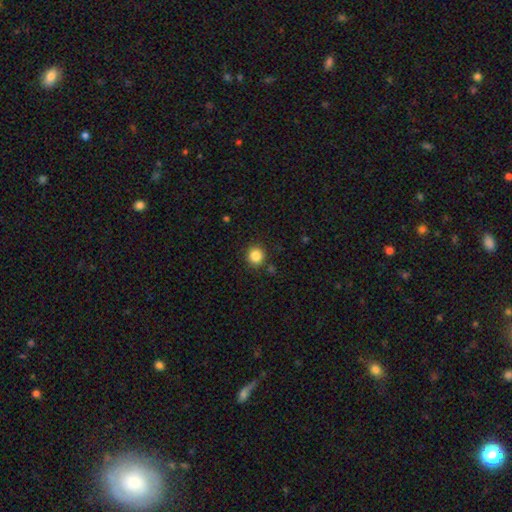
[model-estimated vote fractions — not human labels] Smooth or featured?
  - smooth: 85% *
  - star or artifact: 11%
  - featured or disk: 4%
How rounded?
  - round: 91% *
  - in between: 8%
  - cigar-shaped: 1%
Merging?
  - none: 88% *
  - minor disturbance: 7%
  - merger: 3%
  - major disturbance: 2%